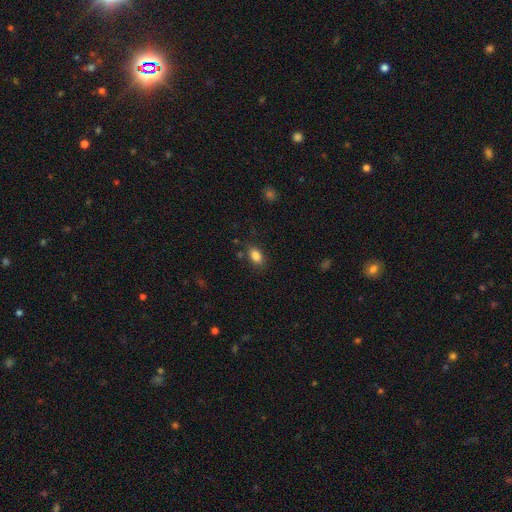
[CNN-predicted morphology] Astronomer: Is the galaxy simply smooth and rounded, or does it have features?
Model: smooth — 85%.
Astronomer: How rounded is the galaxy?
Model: in between — 84%.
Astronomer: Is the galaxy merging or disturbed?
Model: none — 80%.